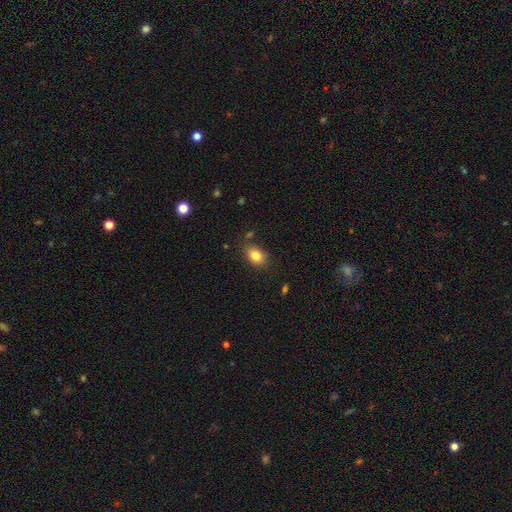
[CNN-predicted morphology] Q: Smooth or featured?
A: smooth (82%); runner-up: star or artifact (10%)
Q: How rounded?
A: in between (73%); runner-up: round (26%)
Q: Merging?
A: none (78%); runner-up: minor disturbance (15%)